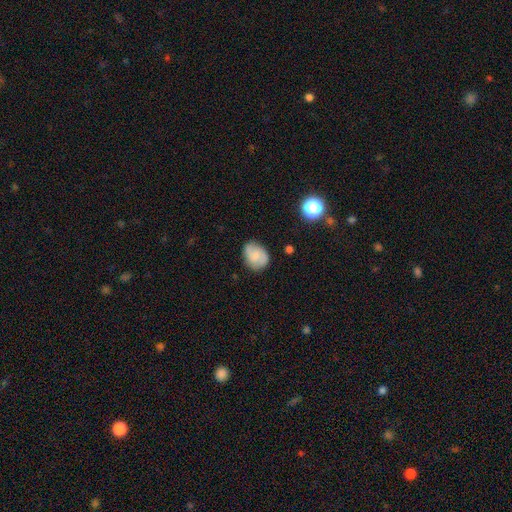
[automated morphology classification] smooth 61%, featured or disk 30%, star or artifact 9%. Down the decision tree: how rounded — in between (57%); merging — none (72%).